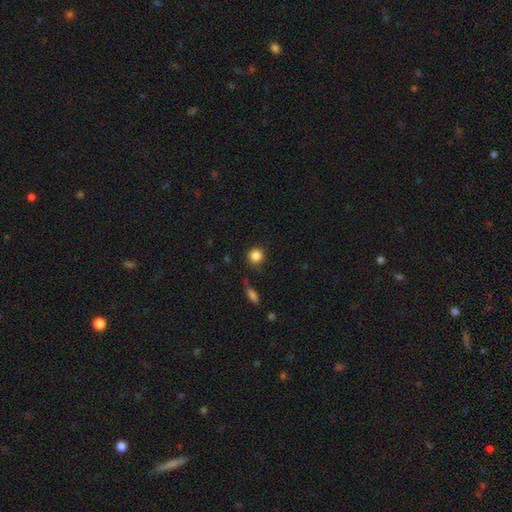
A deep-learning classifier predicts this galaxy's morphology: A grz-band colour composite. It shows a smooth galaxy with no disk features (85%) that is round (93%). Merging: none (83%).